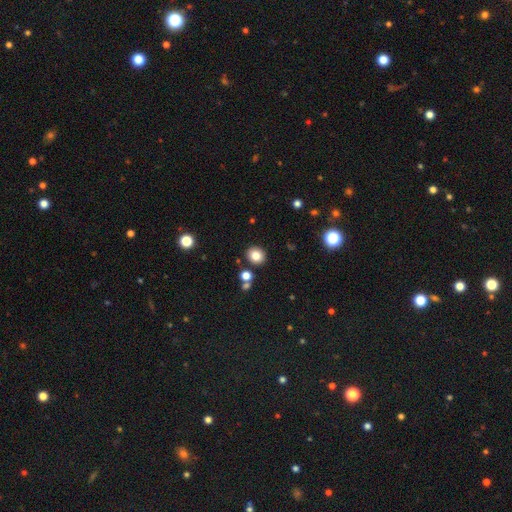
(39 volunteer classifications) Smooth or featured? smooth (82%)
How rounded? round (81%)
Merging? none (89%)